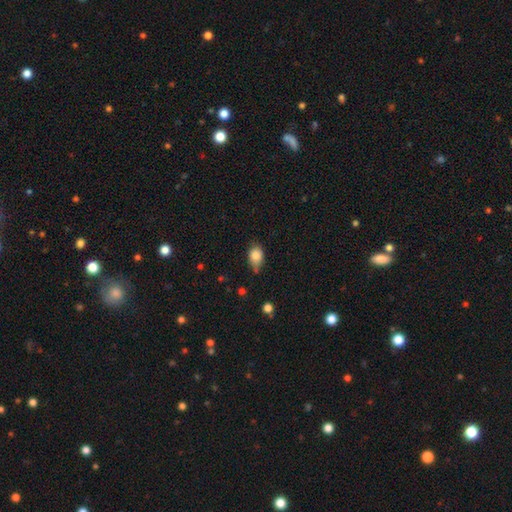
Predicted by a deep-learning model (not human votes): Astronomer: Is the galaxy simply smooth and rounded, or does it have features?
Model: smooth — 85%.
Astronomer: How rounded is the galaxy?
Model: in between — 67%.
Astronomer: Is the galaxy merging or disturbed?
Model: none — 48% (runner-up: minor disturbance, 39%).